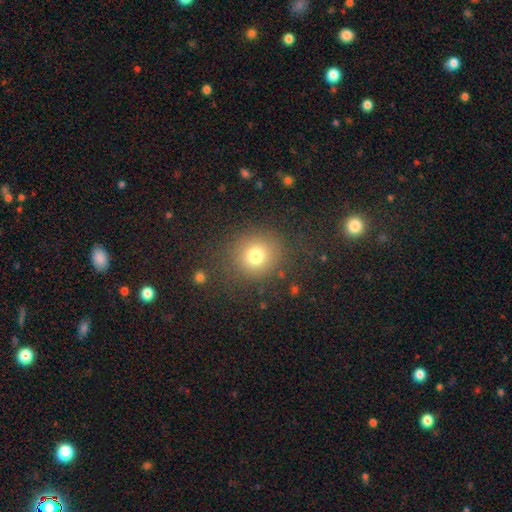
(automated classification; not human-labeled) A smooth galaxy with no disk features (75%) that is round (88%). Merging: none (83%).